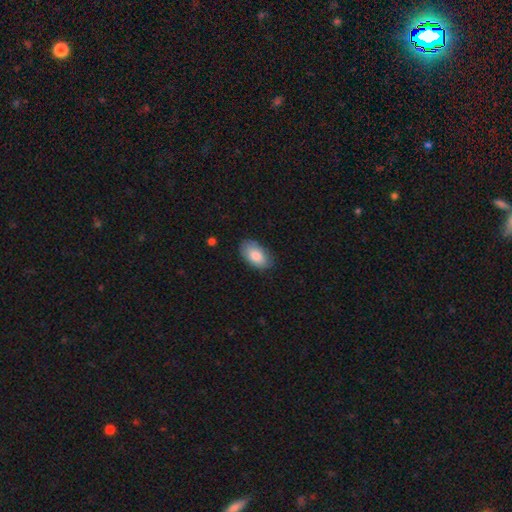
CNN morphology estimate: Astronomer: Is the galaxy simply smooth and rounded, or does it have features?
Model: smooth — 83%.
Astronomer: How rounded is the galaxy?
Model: in between — 94%.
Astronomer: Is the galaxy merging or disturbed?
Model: none — 82%.